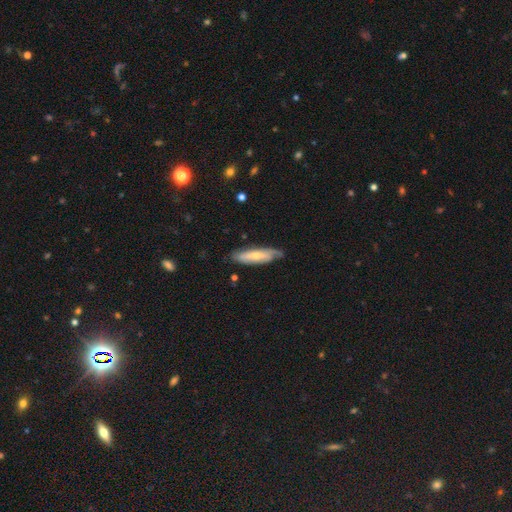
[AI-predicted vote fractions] smooth_or_featured: featured or disk (p=0.50) [alt: smooth p=0.45]
merging: none (p=0.70) [alt: minor disturbance p=0.22]